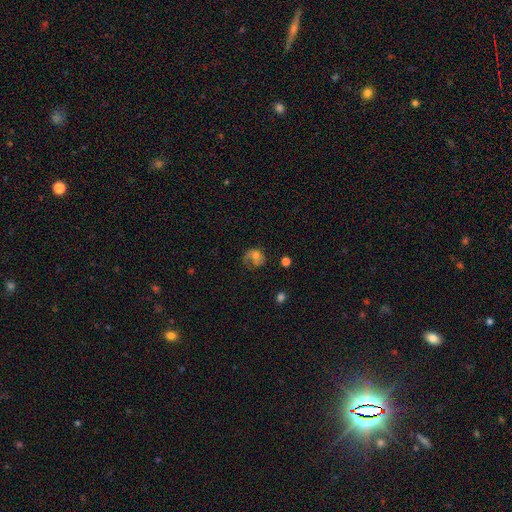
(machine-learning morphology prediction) This is possibly a featured or disk galaxy (47%). Merging: marginally none (37%, tied with major disturbance).